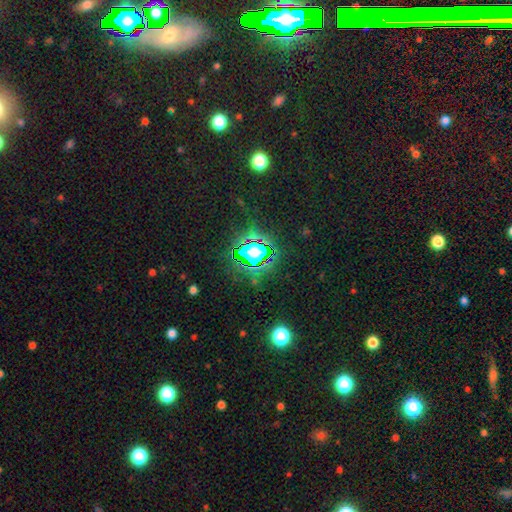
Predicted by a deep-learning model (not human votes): A star or artifact, not a galaxy (80%).